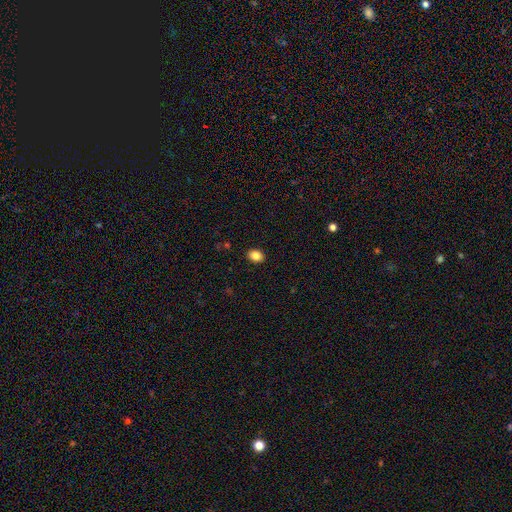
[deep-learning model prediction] This is clearly a smooth galaxy (85%). How rounded: likely in between (63%). Merging: clearly none (90%).